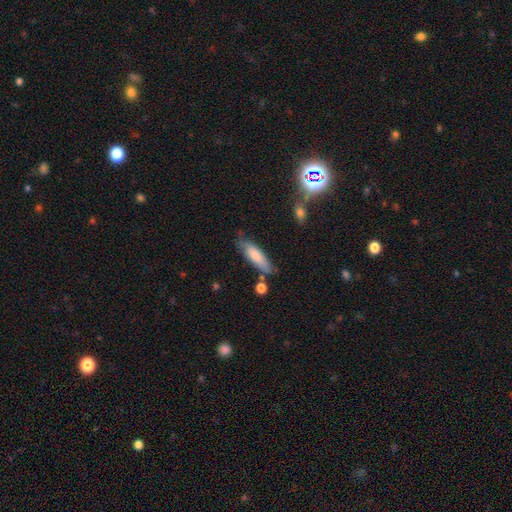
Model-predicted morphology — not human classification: Smooth or featured? Predicted: smooth (p=0.76). How rounded? Predicted: cigar-shaped (p=0.56). Merging? Predicted: none (p=0.69).